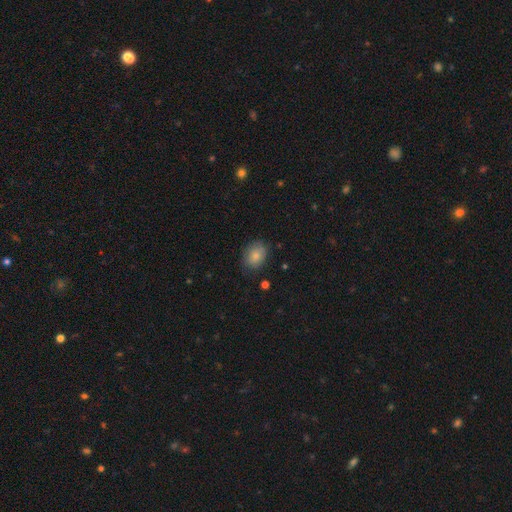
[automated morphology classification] Q: Smooth or featured?
A: smooth (81%); runner-up: featured or disk (11%)
Q: How rounded?
A: in between (64%); runner-up: round (35%)
Q: Merging?
A: none (78%); runner-up: minor disturbance (17%)